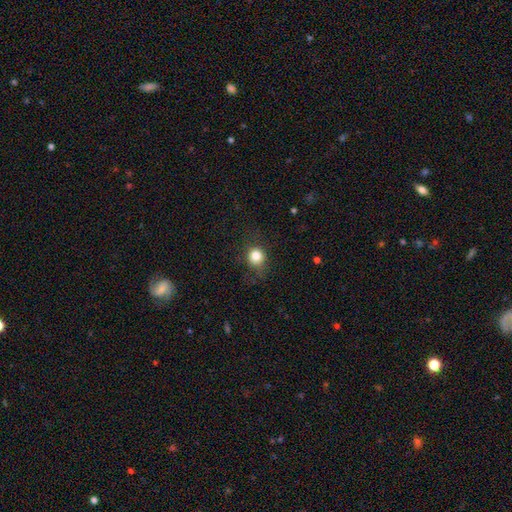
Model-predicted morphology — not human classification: Q: Smooth or featured?
A: smooth (82%); runner-up: star or artifact (11%)
Q: How rounded?
A: round (83%); runner-up: in between (16%)
Q: Merging?
A: none (75%); runner-up: minor disturbance (17%)